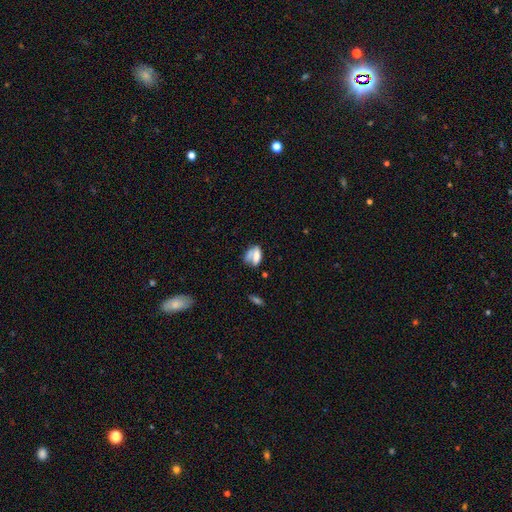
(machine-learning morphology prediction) Smooth or featured: smooth — 65% (featured or disk — 21%)
How rounded: in between — 71% (round — 15%)
Merging: none — 46% (merger — 21%)